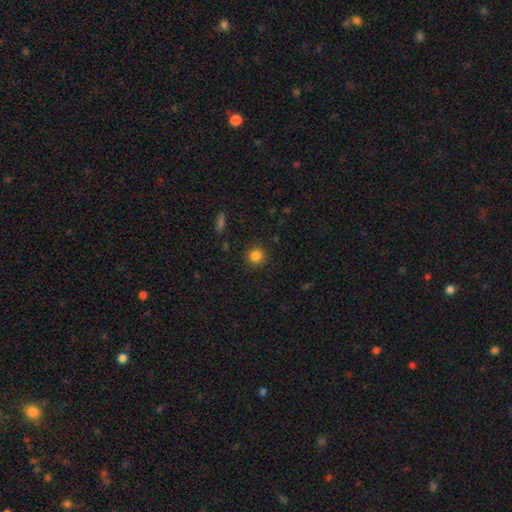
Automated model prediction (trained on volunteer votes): smooth 84%, star or artifact 12%, featured or disk 4%. Down the decision tree: how rounded — round (92%); merging — none (89%).